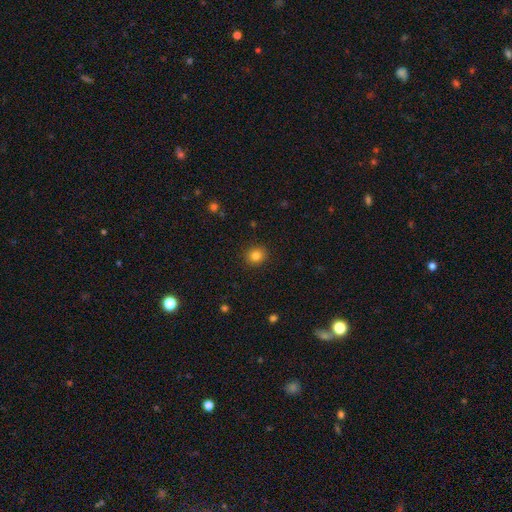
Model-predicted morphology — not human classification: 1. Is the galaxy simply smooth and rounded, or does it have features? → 83% smooth, 12% star or artifact, 5% featured or disk.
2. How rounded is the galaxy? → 79% round, 20% in between, 1% cigar-shaped.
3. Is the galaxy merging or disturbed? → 91% none, 6% minor disturbance, 2% major disturbance, 1% merger.